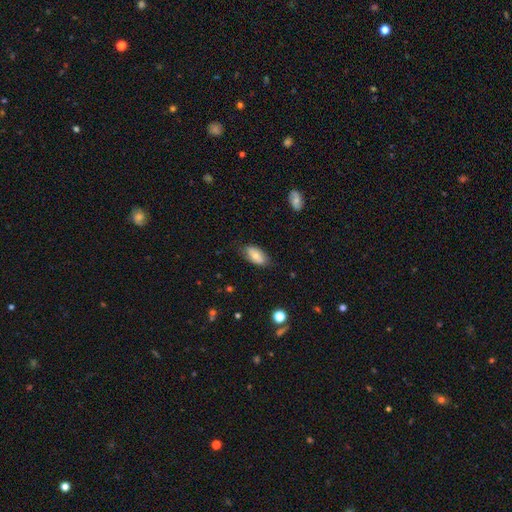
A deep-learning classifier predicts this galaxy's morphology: A smooth galaxy with no disk features (69%) that is in between round and cigar-shaped (92%). Merging: none (74%).